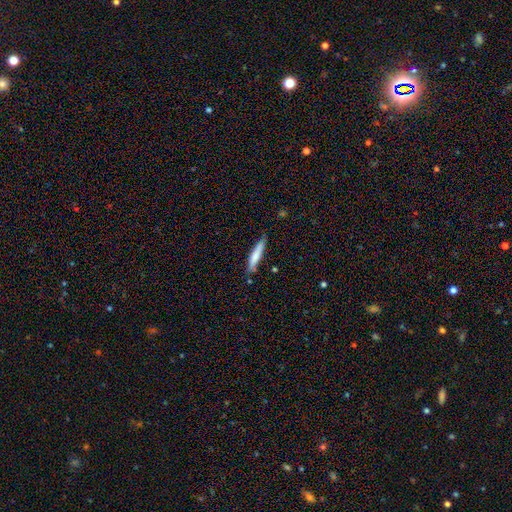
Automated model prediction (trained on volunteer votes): Overall: smooth (74%). How rounded: cigar-shaped (89%). Merging: none (78%).